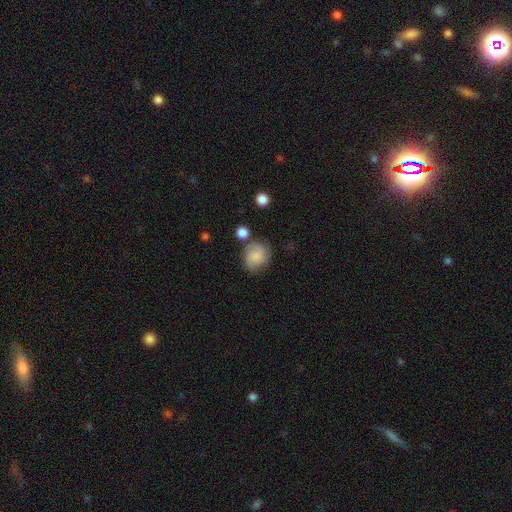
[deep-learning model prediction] This appears to be a smooth galaxy with no disk features (73%) that is round (72%). Merging: none (62%).